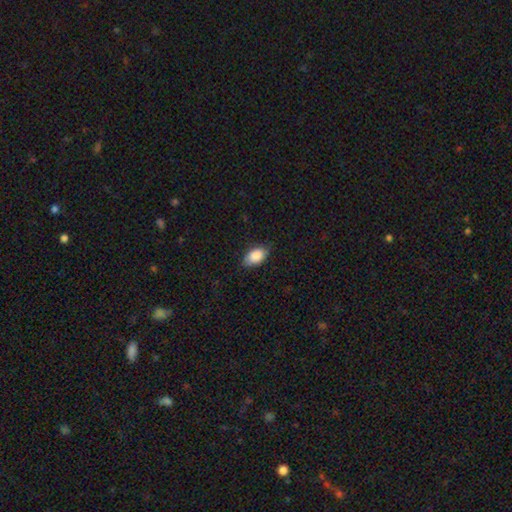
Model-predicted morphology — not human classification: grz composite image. It shows a smooth galaxy with no disk features (87%) that is in between round and cigar-shaped (92%). Merging: none (80%).